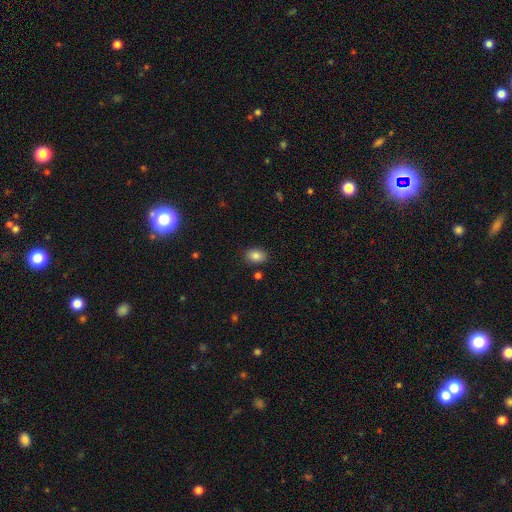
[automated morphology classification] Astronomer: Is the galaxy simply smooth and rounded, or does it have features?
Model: smooth — 85%.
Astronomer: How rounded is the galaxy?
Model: in between — 81%.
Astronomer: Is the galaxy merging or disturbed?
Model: none — 85%.